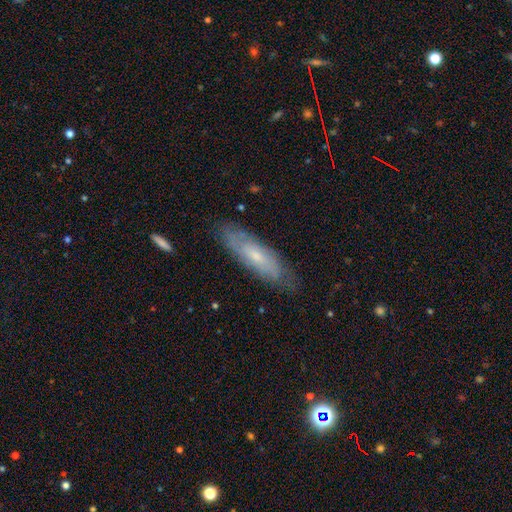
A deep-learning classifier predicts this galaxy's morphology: Q: Smooth or featured?
A: featured or disk (53%); runner-up: smooth (40%)
Q: Edge-on disk?
A: no (67%); runner-up: yes (33%)
Q: Merging?
A: none (78%); runner-up: minor disturbance (17%)